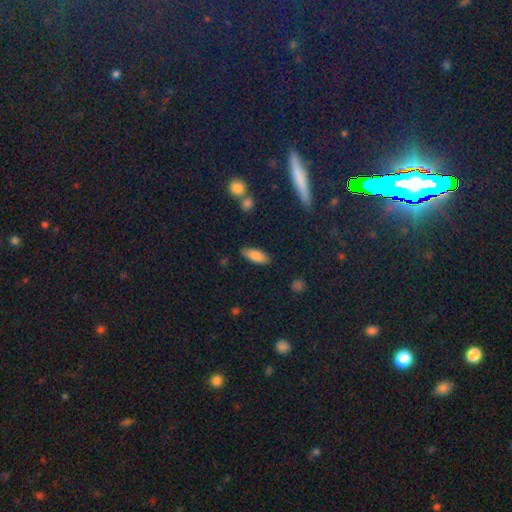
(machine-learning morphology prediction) A smooth galaxy with no disk features (81%) that is in between round and cigar-shaped (77%). Merging: none (82%).